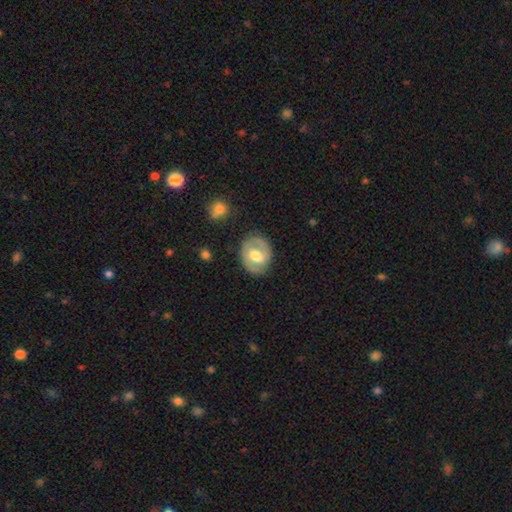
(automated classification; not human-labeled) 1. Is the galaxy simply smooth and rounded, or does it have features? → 60% featured or disk, 34% smooth, 5% star or artifact.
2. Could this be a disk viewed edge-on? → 96% no, 4% yes.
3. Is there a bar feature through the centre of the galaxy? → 45% weak, 38% no, 17% strong.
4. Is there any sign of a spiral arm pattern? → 63% yes, 37% no.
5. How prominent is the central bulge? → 67% moderate, 23% large, 8% small, 1% dominant, 1% none.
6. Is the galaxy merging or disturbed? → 79% none, 15% minor disturbance, 5% major disturbance, 2% merger.